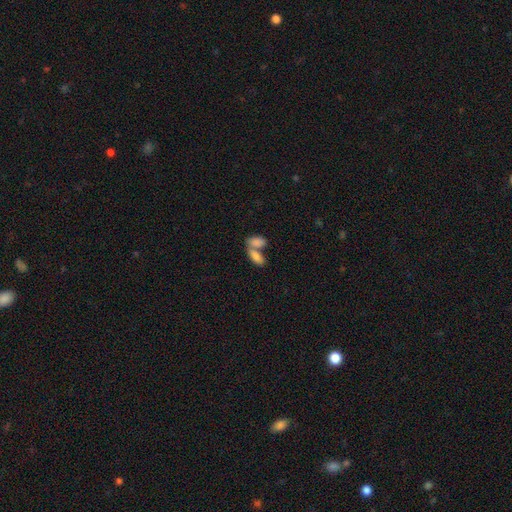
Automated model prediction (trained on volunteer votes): This is clearly a smooth galaxy (83%). How rounded: clearly in between (91%). Merging: likely merger (66%).